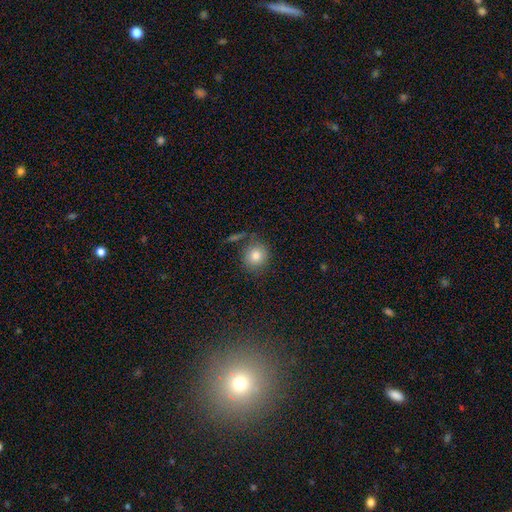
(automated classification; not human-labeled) Smooth or featured: smooth — 81% (star or artifact — 11%)
How rounded: round — 89% (in between — 10%)
Merging: none — 76% (minor disturbance — 12%)